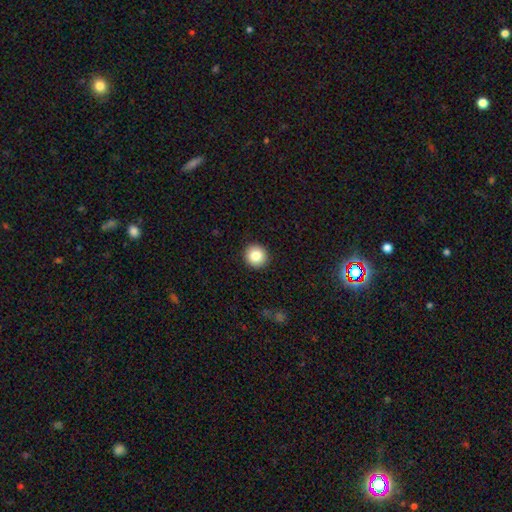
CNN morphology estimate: smooth 84%, star or artifact 9%, featured or disk 7%. Down the decision tree: how rounded — round (93%); merging — none (92%).